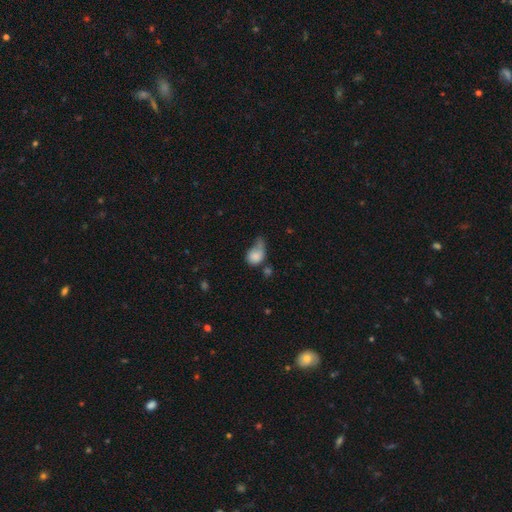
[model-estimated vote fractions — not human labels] This is likely a smooth galaxy (79%). How rounded: possibly in between (55%). Merging: marginally major disturbance (31%).